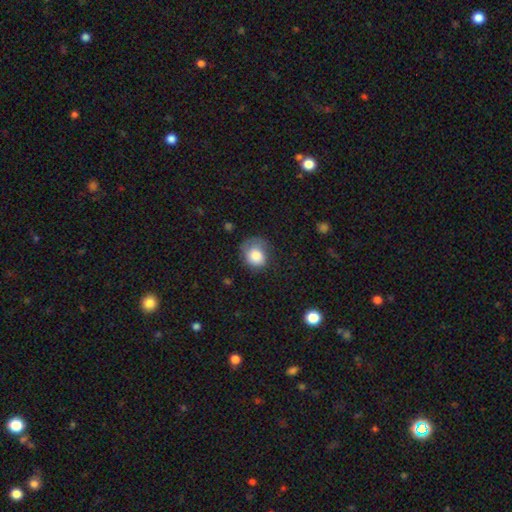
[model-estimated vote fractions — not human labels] smooth_or_featured: smooth (p=0.81) [alt: featured or disk p=0.11]
how_rounded: round (p=0.68) [alt: in between p=0.31]
merging: none (p=0.48) [alt: minor disturbance p=0.32]